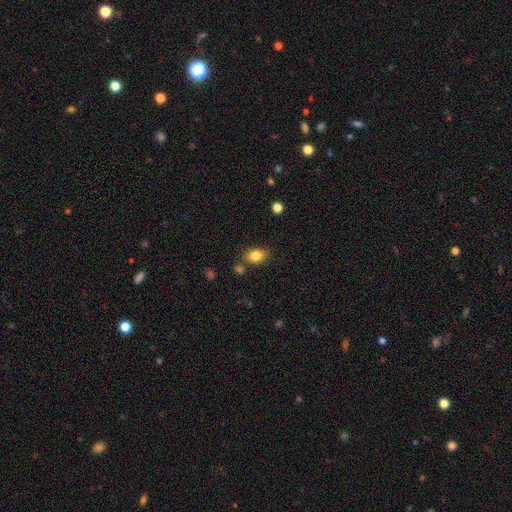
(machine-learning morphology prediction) type=smooth (83%); roundness=in between (79%); merging=none (77%).